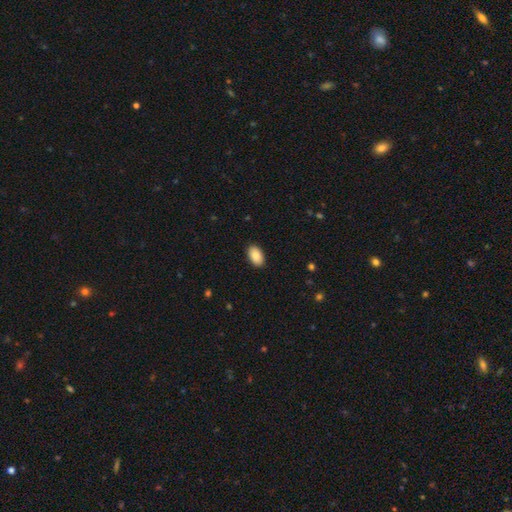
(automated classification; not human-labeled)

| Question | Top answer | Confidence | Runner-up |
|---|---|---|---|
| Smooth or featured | smooth | 87% | star or artifact (7%) |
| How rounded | in between | 93% | round (6%) |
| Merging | none | 90% | minor disturbance (8%) |